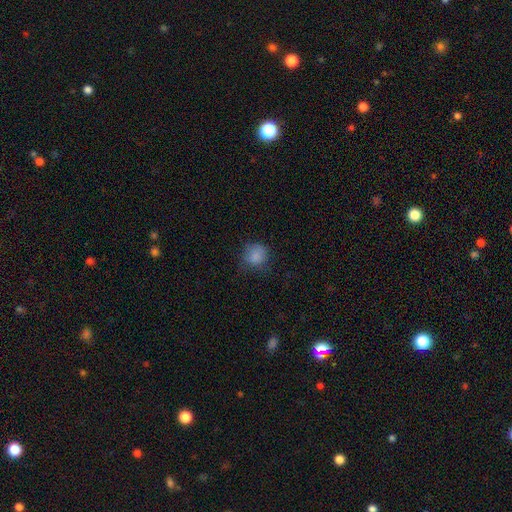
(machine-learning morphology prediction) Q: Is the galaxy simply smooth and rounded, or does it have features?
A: smooth — 82%.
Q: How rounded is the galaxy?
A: round — 77%.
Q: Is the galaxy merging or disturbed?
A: none — 61%.